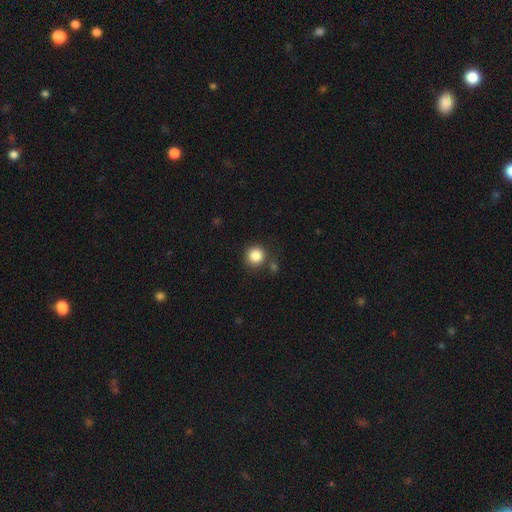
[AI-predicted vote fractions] Smooth or featured? Predicted: smooth (p=0.85). How rounded? Predicted: round (p=0.93). Merging? Predicted: none (p=0.80).